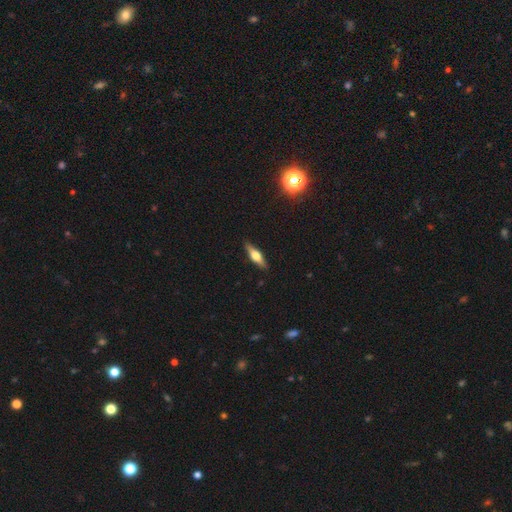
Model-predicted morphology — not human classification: featured or disk 55%, smooth 38%, star or artifact 7%. Down the decision tree: edge-on disk — yes (93%); edge-on bulge — rounded (93%); merging — none (90%).